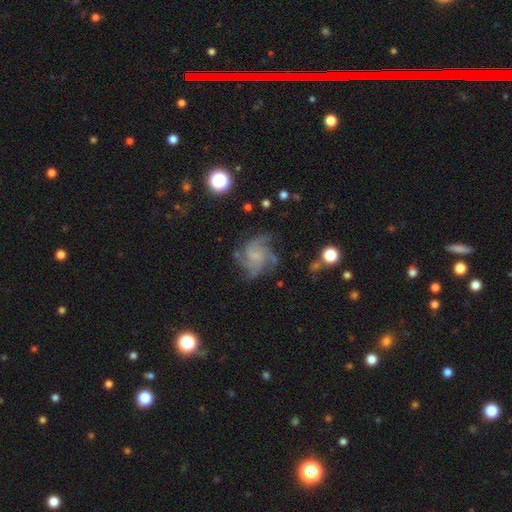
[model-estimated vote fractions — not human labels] Q: Smooth or featured?
A: featured or disk (85%); runner-up: star or artifact (8%)
Q: Edge-on disk?
A: no (98%); runner-up: yes (2%)
Q: Bar?
A: no (68%); runner-up: weak (28%)
Q: Spiral arms?
A: yes (97%); runner-up: no (3%)
Q: Spiral winding?
A: medium (50%); runner-up: tight (36%)
Q: Spiral arm count?
A: 4 (41%); runner-up: 3 (22%)
Q: Bulge size?
A: small (62%); runner-up: moderate (19%)
Q: Merging?
A: none (70%); runner-up: minor disturbance (17%)